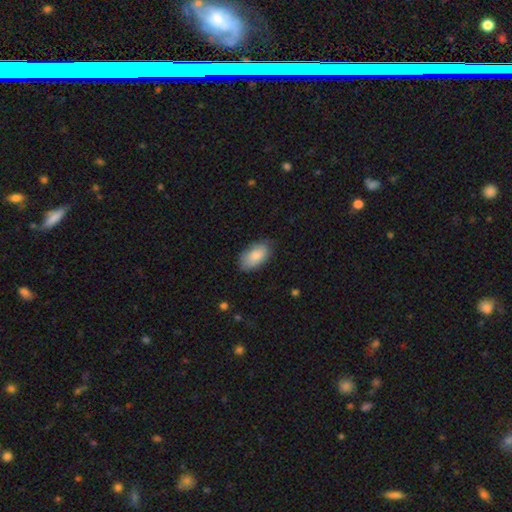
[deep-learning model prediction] smooth 85%, featured or disk 9%, star or artifact 6%. Down the decision tree: how rounded — in between (95%); merging — none (80%).